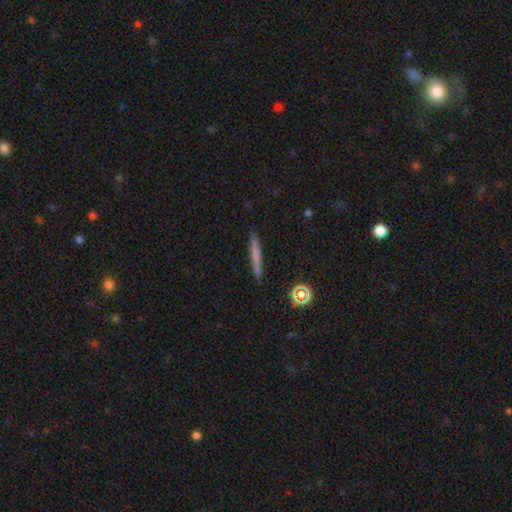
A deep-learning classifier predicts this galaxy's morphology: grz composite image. It shows a smooth galaxy with no disk features (62%) that is cigar-shaped (94%). Merging: none (88%).